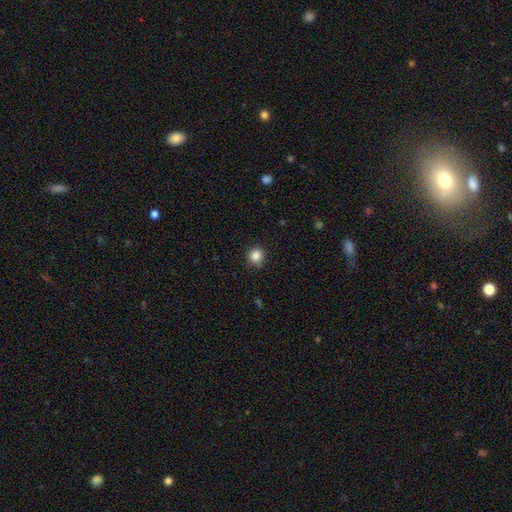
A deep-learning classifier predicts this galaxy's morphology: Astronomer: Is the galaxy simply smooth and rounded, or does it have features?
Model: smooth — 86%.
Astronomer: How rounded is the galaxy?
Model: round — 91%.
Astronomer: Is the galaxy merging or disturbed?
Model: none — 87%.